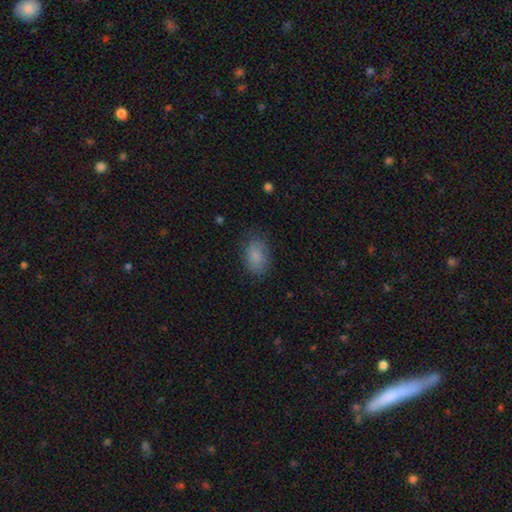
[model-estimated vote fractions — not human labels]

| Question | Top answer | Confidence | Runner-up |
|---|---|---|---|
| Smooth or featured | smooth | 84% | star or artifact (8%) |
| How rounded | in between | 82% | round (17%) |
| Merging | none | 78% | minor disturbance (16%) |